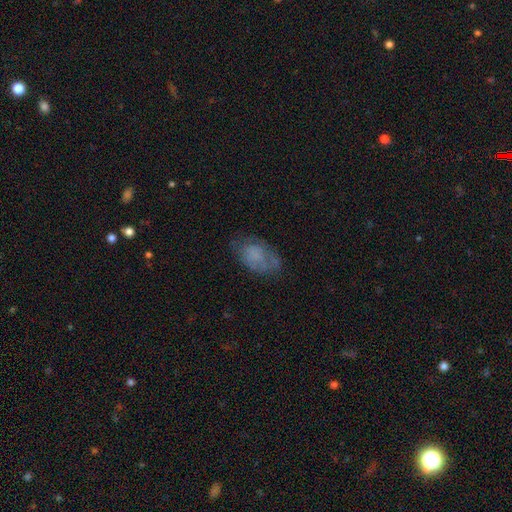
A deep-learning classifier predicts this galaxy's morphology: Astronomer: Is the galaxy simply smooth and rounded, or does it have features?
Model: smooth — 59%.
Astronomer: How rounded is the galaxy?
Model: in between — 88%.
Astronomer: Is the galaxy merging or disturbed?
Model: none — 56%.